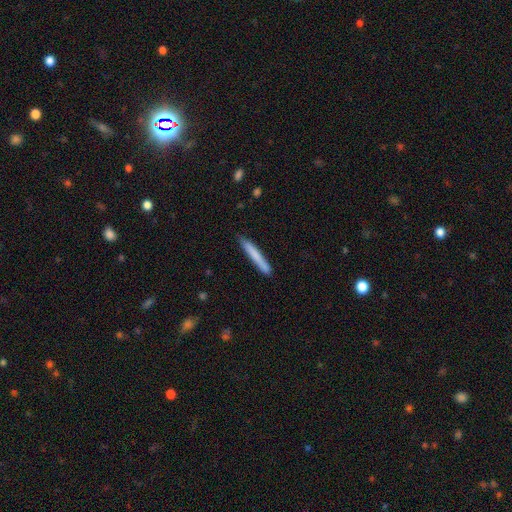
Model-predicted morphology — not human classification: A smooth galaxy with no disk features (73%) that is cigar-shaped (96%).

Vote fractions:
- Smooth or featured? smooth: 73% / featured or disk: 21% / star or artifact: 6%
- How rounded? cigar-shaped: 96% / in between: 2% / round: 1%
- Merging? none: 87% / minor disturbance: 10% / major disturbance: 2% / merger: 2%